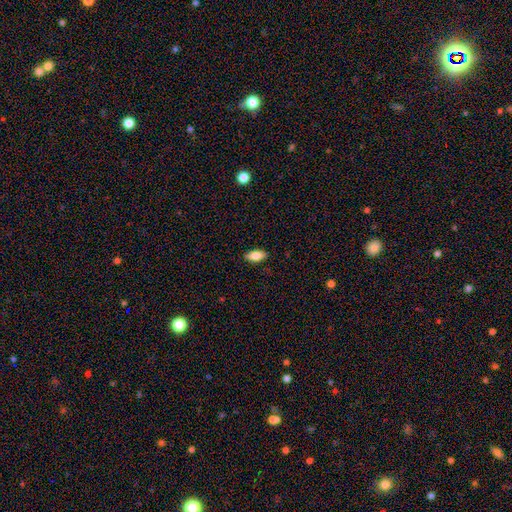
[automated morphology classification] Smooth or featured?
  - smooth: 81% *
  - featured or disk: 12%
  - star or artifact: 7%
How rounded?
  - in between: 87% *
  - cigar-shaped: 10%
  - round: 3%
Merging?
  - none: 88% *
  - minor disturbance: 10%
  - major disturbance: 2%
  - merger: 1%